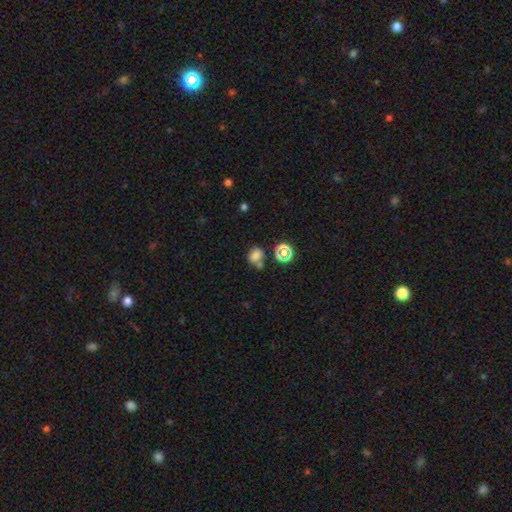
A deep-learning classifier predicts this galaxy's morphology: A smooth galaxy with no disk features (69%) that is round (59%).

Vote fractions:
- Smooth or featured? smooth: 69% / star or artifact: 21% / featured or disk: 10%
- How rounded? round: 59% / in between: 39% / cigar-shaped: 1%
- Merging? none: 55% / merger: 23% / minor disturbance: 16% / major disturbance: 6%